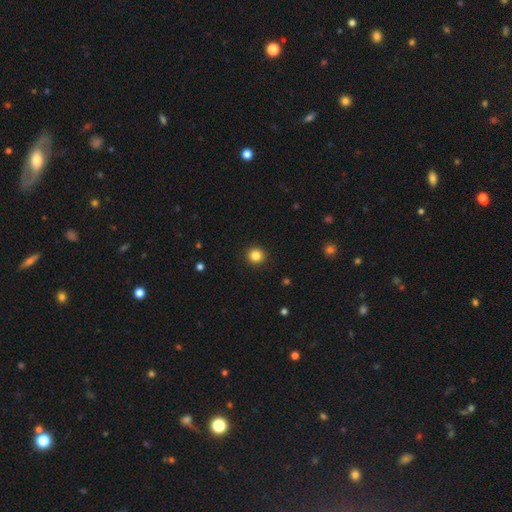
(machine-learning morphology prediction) Smooth or featured?
  - smooth: 84% *
  - star or artifact: 11%
  - featured or disk: 4%
How rounded?
  - round: 94% *
  - in between: 5%
  - cigar-shaped: 1%
Merging?
  - none: 93% *
  - minor disturbance: 4%
  - major disturbance: 2%
  - merger: 1%